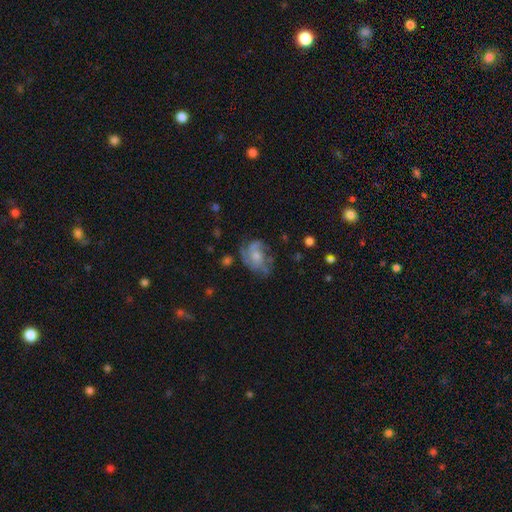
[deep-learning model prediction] This is likely a featured or disk galaxy (63%). It is clearly not viewed edge-on (97%). Bar: likely no (76%). Spiral arm pattern: likely yes (79%). Central bulge: possibly small (49%). Merging: possibly none (50%).